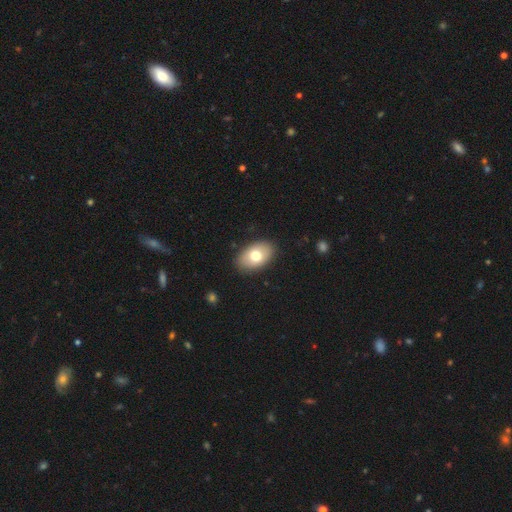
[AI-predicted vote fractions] Smooth or featured? smooth (74%)
How rounded? in between (91%)
Merging? none (87%)